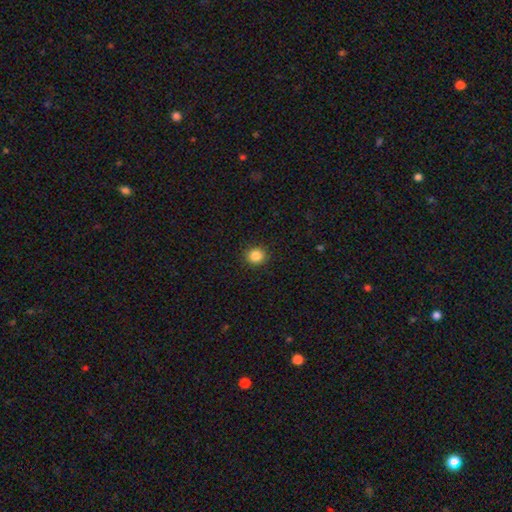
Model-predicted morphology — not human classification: Q: Smooth or featured?
A: smooth (85%); runner-up: star or artifact (10%)
Q: How rounded?
A: round (83%); runner-up: in between (16%)
Q: Merging?
A: none (92%); runner-up: minor disturbance (6%)